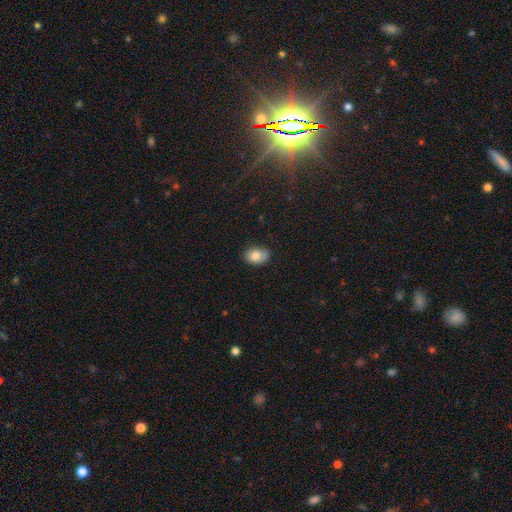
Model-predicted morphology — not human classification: smooth 81%, featured or disk 10%, star or artifact 8%. Down the decision tree: how rounded — in between (80%); merging — none (75%).